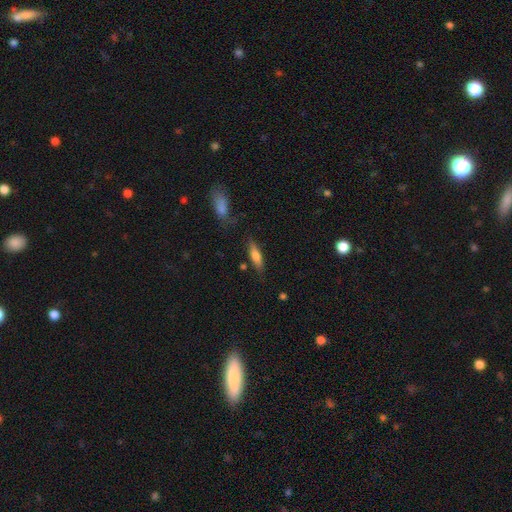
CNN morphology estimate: This appears to be a smooth galaxy with no disk features (73%) that is cigar-shaped (61%). Merging: none (76%).